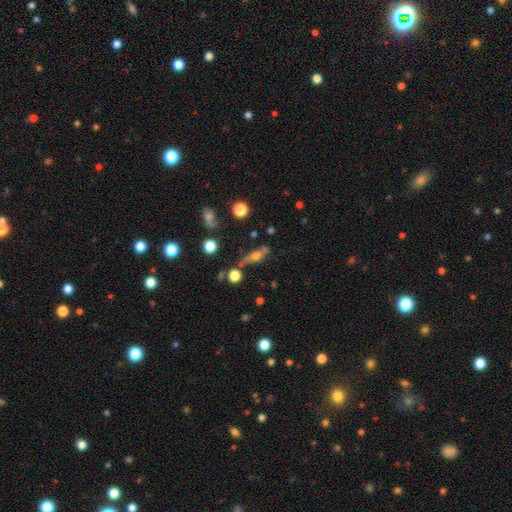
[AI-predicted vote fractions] A featured or disk galaxy (46%). Merging: none (59%).